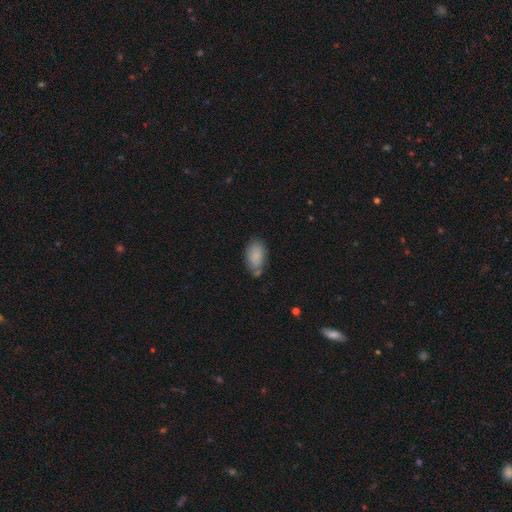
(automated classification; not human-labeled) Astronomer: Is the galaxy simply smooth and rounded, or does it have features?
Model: smooth — 85%.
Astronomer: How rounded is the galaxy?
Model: in between — 93%.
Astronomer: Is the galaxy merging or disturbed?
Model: none — 64%.